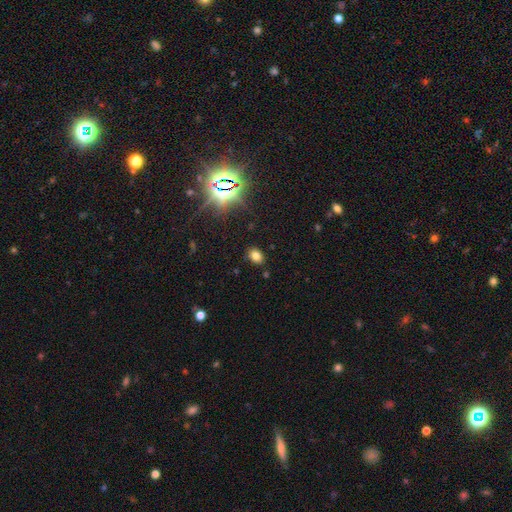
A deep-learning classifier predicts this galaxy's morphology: smooth-or-featured: smooth: 75% | star or artifact: 19% | featured or disk: 7%
  how-rounded: in between: 70% | round: 28% | cigar-shaped: 1%
  merging: none: 85% | minor disturbance: 10% | major disturbance: 3% | merger: 2%